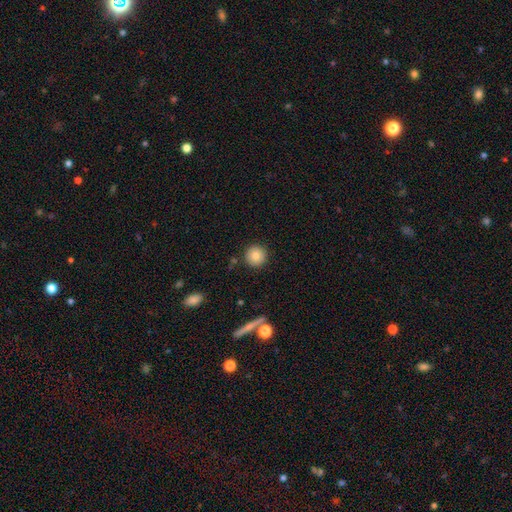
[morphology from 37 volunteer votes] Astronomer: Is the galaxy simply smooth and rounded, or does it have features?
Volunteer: smooth — 86%.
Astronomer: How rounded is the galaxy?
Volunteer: round — 88%.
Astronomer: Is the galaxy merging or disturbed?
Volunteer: none — 92%.